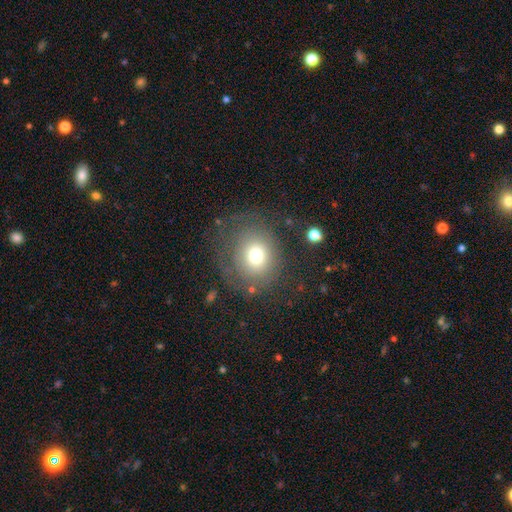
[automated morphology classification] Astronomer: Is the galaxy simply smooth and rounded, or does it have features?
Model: smooth — 68%.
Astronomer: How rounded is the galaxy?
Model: round — 74%.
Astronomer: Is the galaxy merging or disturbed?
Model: none — 65%.